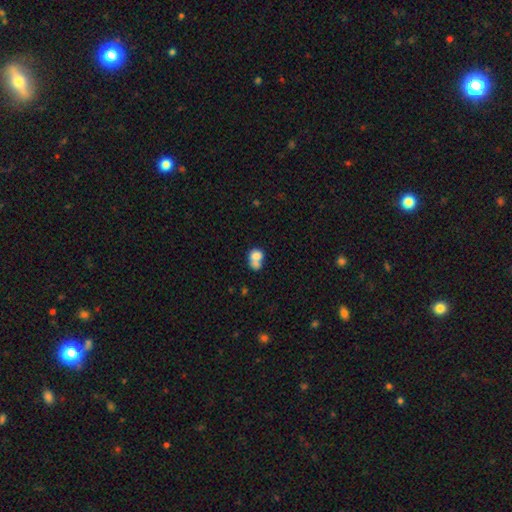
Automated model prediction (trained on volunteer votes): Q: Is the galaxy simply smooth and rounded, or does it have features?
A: smooth — 74%.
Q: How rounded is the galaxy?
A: in between — 51%.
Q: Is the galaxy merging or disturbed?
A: merger — 62%.